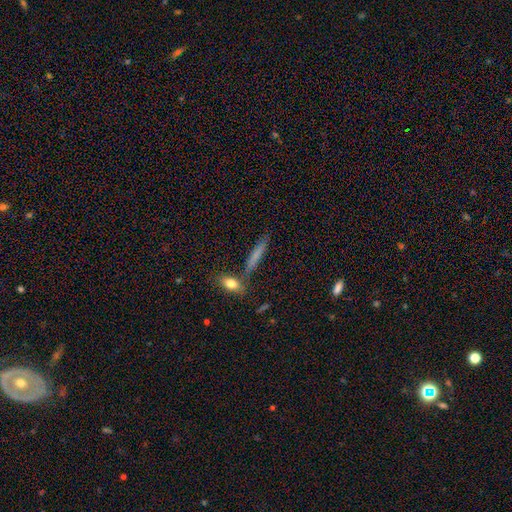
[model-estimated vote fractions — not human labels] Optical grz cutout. It shows a smooth galaxy with no disk features (70%) that is cigar-shaped (88%). Merging: none (78%).